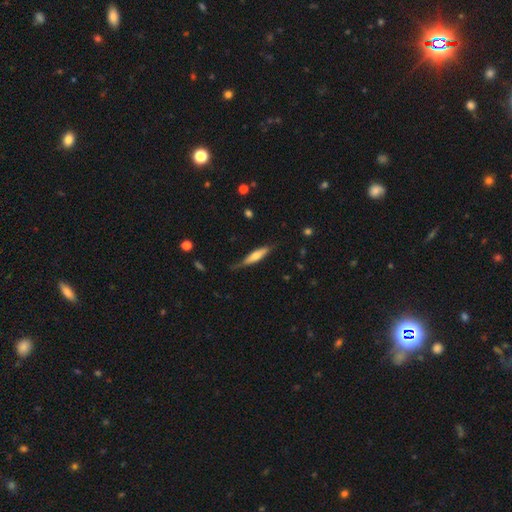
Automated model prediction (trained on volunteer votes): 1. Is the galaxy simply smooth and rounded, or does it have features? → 51% smooth, 43% featured or disk, 5% star or artifact.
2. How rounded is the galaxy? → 77% cigar-shaped, 21% in between, 2% round.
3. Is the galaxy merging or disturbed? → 63% none, 28% minor disturbance, 7% major disturbance, 2% merger.